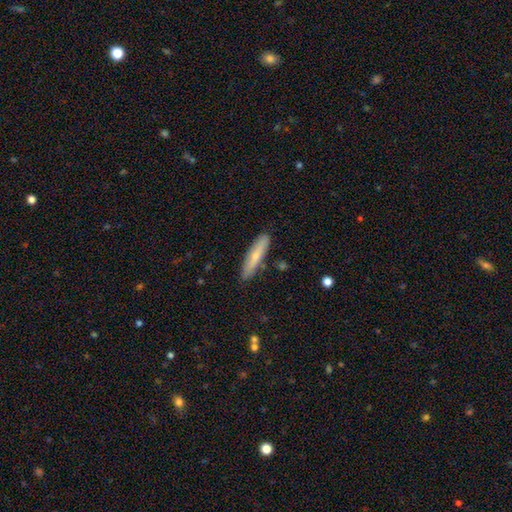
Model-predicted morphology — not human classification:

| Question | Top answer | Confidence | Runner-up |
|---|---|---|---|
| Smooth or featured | smooth | 63% | featured or disk (31%) |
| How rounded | cigar-shaped | 83% | in between (15%) |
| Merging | none | 86% | minor disturbance (10%) |